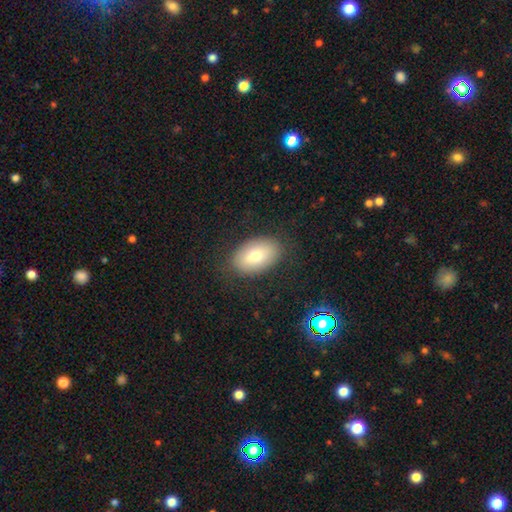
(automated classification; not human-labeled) smooth_or_featured: smooth (p=0.74) [alt: featured or disk p=0.17]
how_rounded: in between (p=0.90) [alt: round p=0.08]
merging: none (p=0.84) [alt: minor disturbance p=0.11]